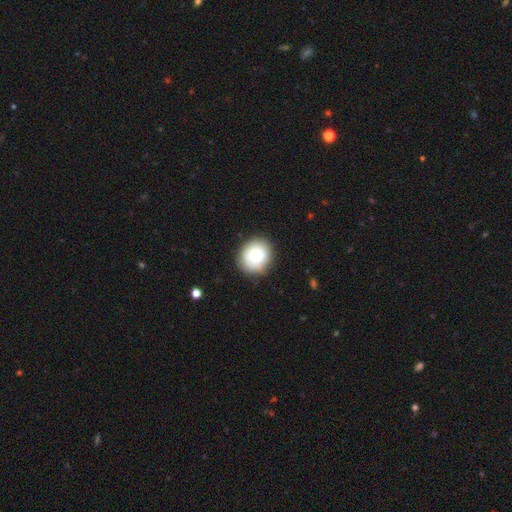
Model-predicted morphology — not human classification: A smooth galaxy with no disk features (82%) that is round (81%). Merging: none (84%).